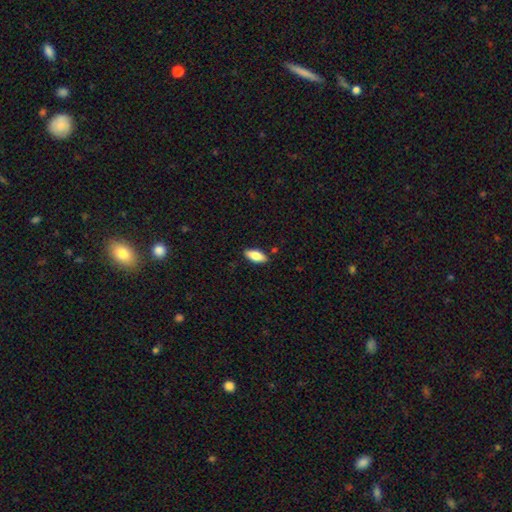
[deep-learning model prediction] Smooth or featured? smooth (77%)
How rounded? in between (81%)
Merging? none (87%)